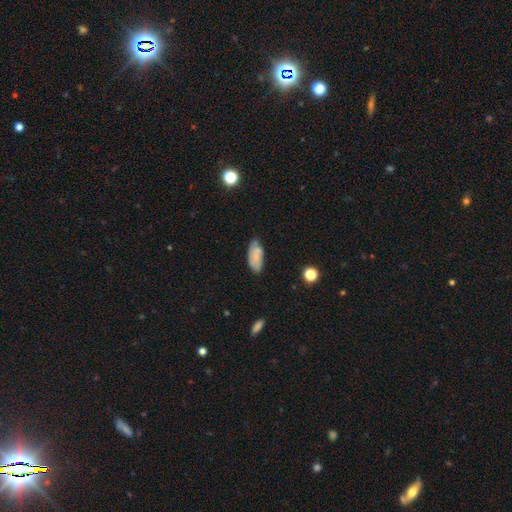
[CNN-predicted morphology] Smooth or featured: smooth — 69% (featured or disk — 23%)
How rounded: in between — 89% (cigar-shaped — 9%)
Merging: none — 59% (minor disturbance — 29%)